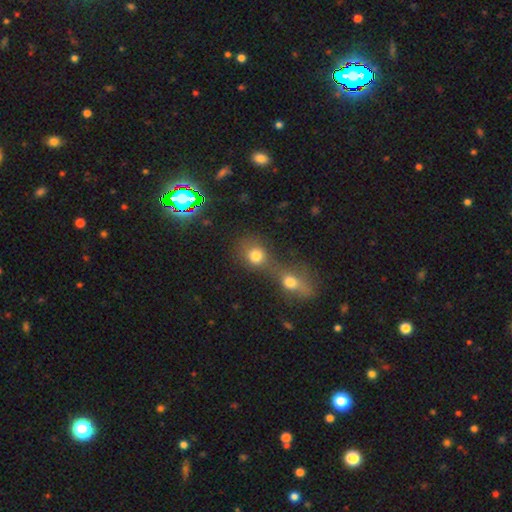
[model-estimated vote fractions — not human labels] A smooth galaxy with no disk features (76%) that is round (74%). Merging: merger (55%).